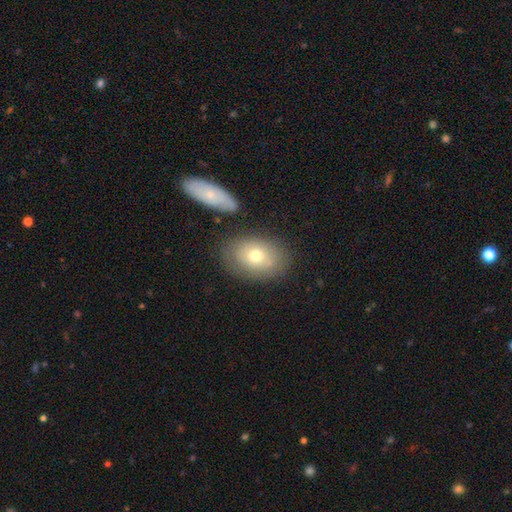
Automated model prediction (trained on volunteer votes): Smooth or featured? smooth (69%)
How rounded? in between (79%)
Merging? none (76%)